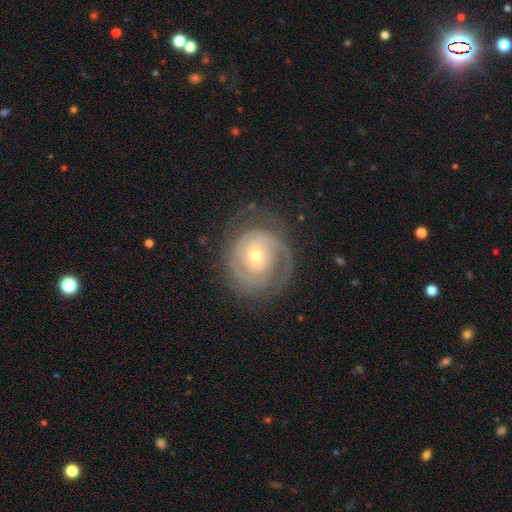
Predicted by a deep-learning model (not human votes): Morphology: type=featured or disk (87%); edge-on=no (98%); bar=no (70%); spiral arms=yes (96%); winding=tight (70%); arm count=2 (47%); bulge=small (52%); merging=none (73%).